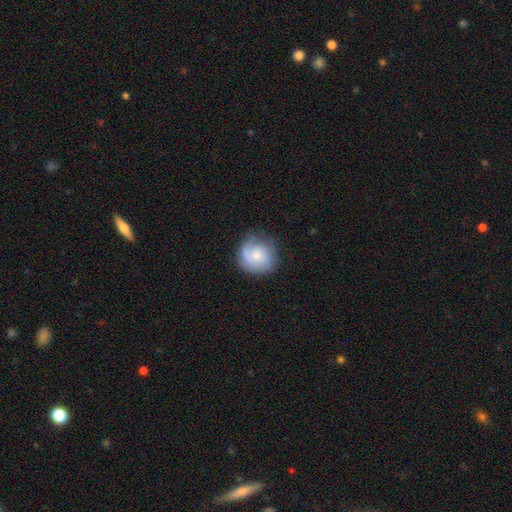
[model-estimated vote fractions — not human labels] smooth 62%, featured or disk 30%, star or artifact 8%. Down the decision tree: how rounded — round (87%); merging — none (70%).